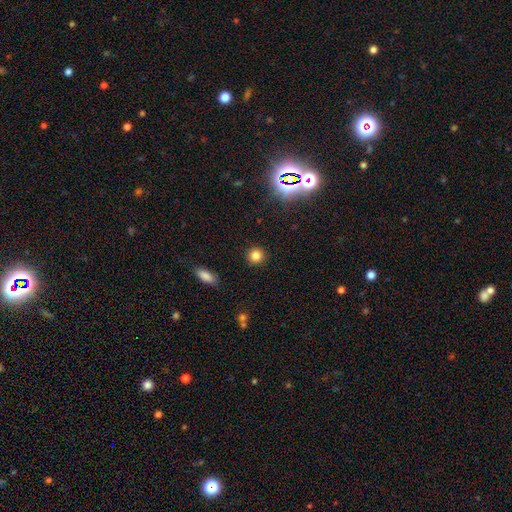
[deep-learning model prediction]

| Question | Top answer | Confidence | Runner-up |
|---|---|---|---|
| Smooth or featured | smooth | 81% | star or artifact (14%) |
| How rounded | round | 92% | in between (7%) |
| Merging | none | 91% | minor disturbance (6%) |